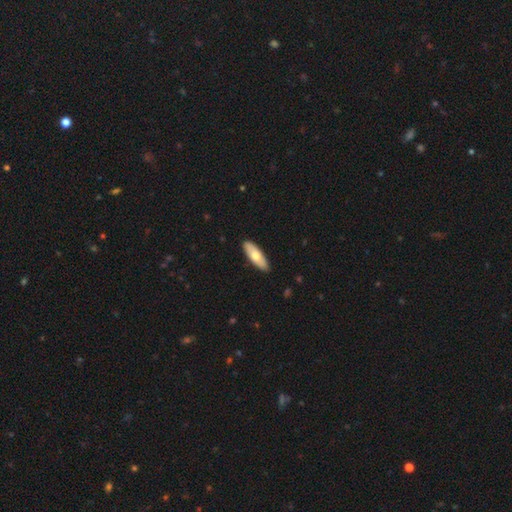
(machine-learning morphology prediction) A smooth galaxy with no disk features (64%) that is in between round and cigar-shaped (63%). Merging: none (90%).